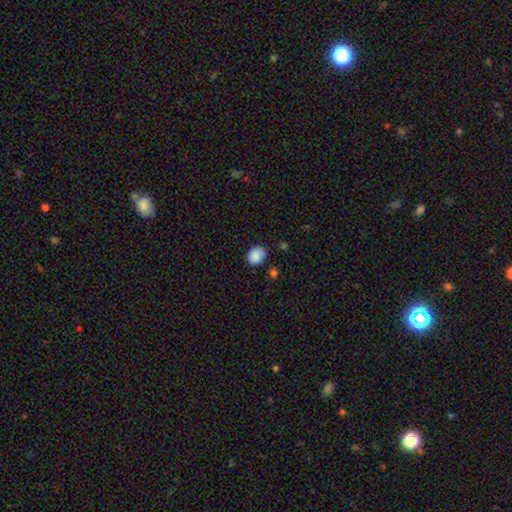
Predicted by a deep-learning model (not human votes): This appears to be a smooth galaxy with no disk features (88%) that is round (51%). Merging: none (80%).